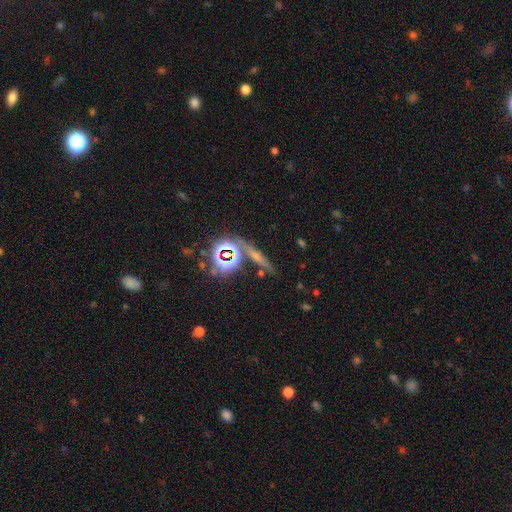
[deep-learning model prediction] A smooth galaxy with no disk features (41%). Merging: none (75%).